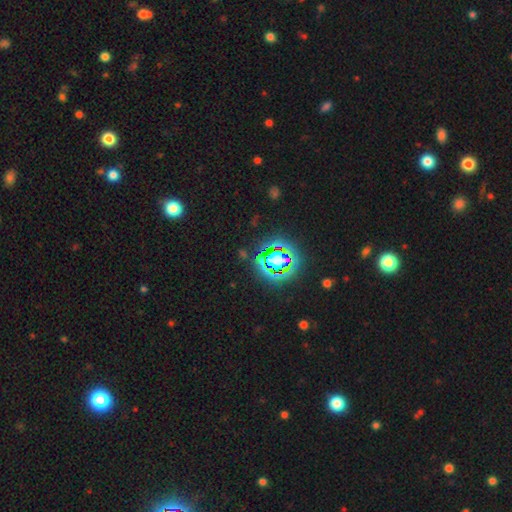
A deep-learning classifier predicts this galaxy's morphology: Overall: star or artifact (81%).